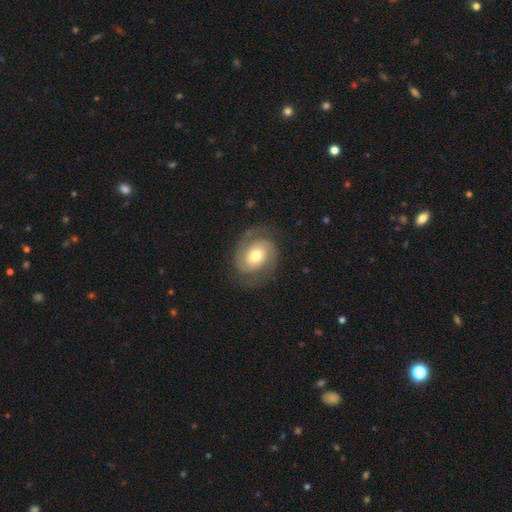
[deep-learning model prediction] A featured or disk galaxy (81%) with no bar (68%), 2 (90%) tight (52%) spiral arms (95%) and a moderate central bulge (68%). Merging: none (79%).